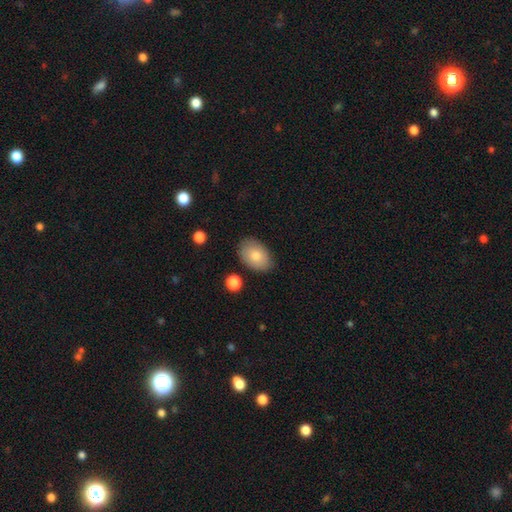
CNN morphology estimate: Overall: smooth (78%). How rounded: in between (86%). Merging: none (84%).